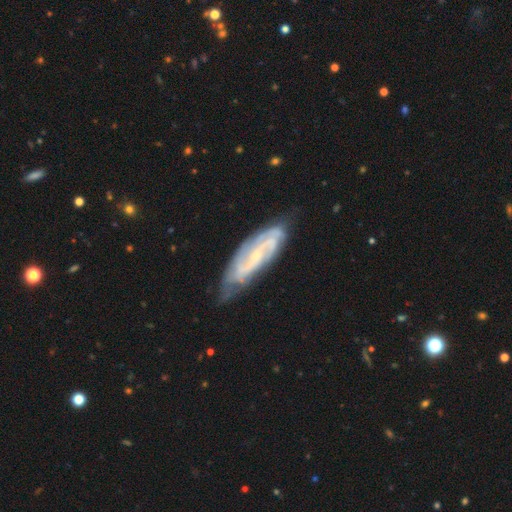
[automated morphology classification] This appears to be a featured or disk galaxy (83%) with a weak bar (40%), 2 (59%) tight (43%) spiral arms (94%) and a small central bulge (74%). Merging: none (67%).